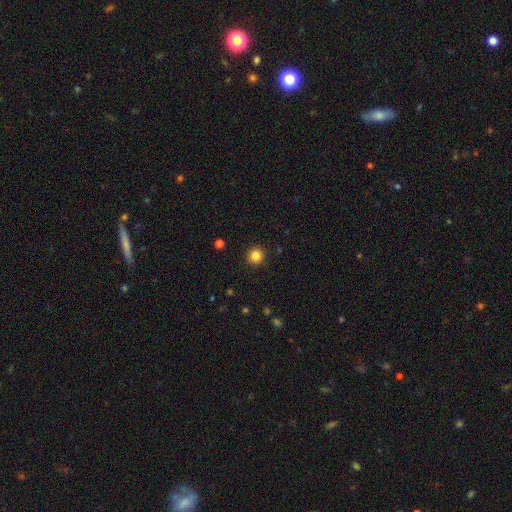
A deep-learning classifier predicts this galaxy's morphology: Smooth or featured? Predicted: smooth (p=0.84). How rounded? Predicted: round (p=0.94). Merging? Predicted: none (p=0.93).